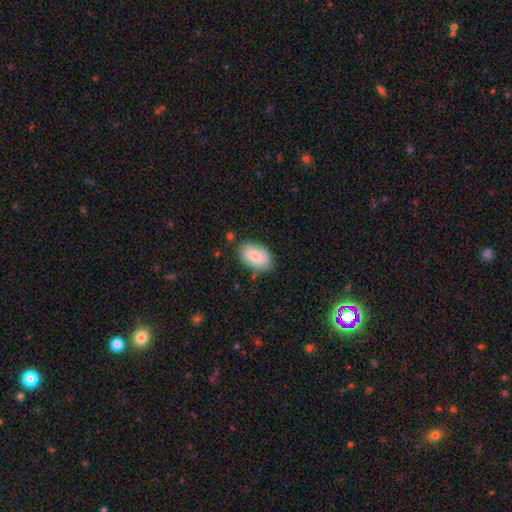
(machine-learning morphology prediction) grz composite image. It shows a smooth galaxy with no disk features (81%) that is in between round and cigar-shaped (93%). Merging: none (78%).